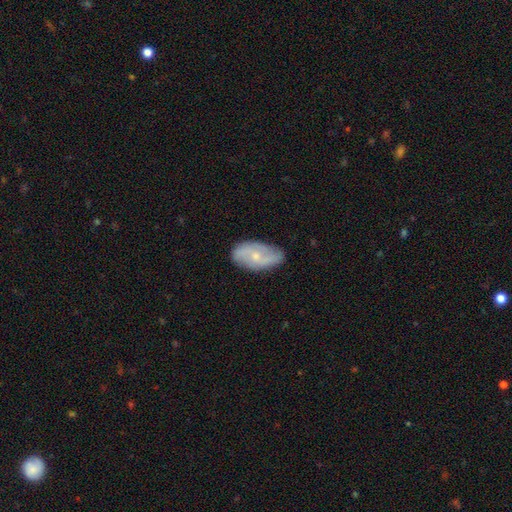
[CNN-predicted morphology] Overall: featured or disk (61%; smooth 32%). Edge-on disk: no (93%). Bar: no (61%; weak 31%). Spiral arms: yes (80%). Bulge size: small (62%; moderate 34%). Merging: none (73%).